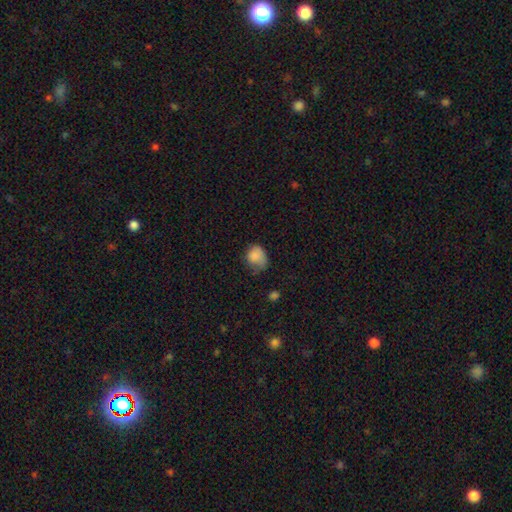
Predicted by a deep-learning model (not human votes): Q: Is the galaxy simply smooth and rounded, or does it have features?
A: smooth — 82%.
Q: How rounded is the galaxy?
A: round — 54%.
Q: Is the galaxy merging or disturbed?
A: none — 38%, tied with minor disturbance.